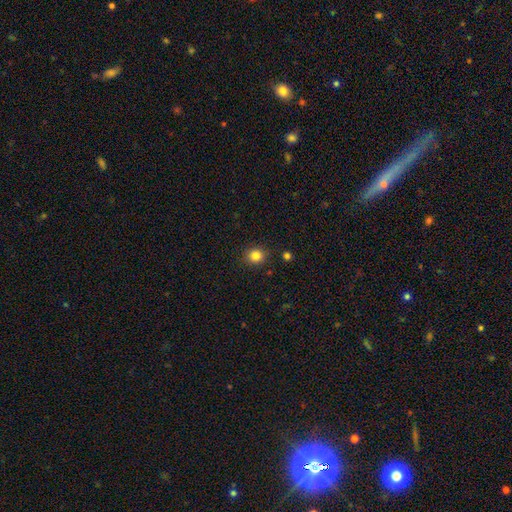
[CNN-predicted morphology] type=smooth (83%); roundness=round (83%); merging=none (89%).